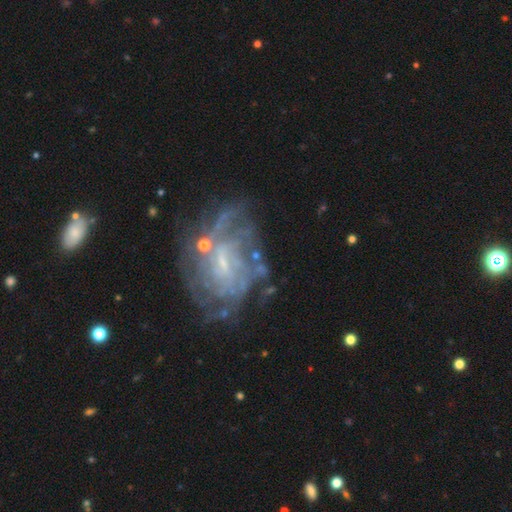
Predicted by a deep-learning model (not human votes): The model was most divided on "bar": no: 49%, weak: 37%, strong: 13%. Remaining: edge-on disk — no (96%); spiral arms — yes (81%); smooth or featured — featured or disk (72%); bulge size — small (65%); merging — none (63%); spiral winding — tight (57%); spiral arm count — can't tell (46%).